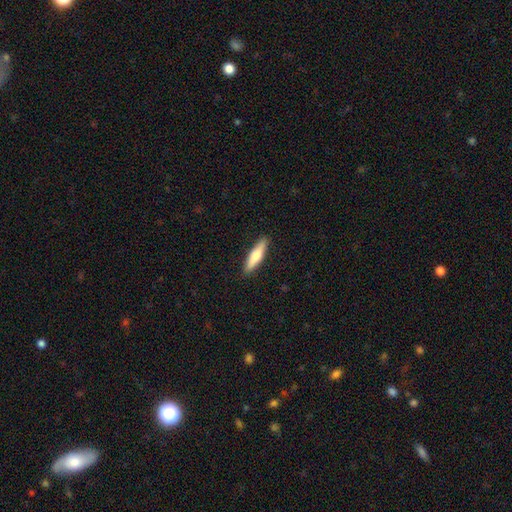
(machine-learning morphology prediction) The model was most divided on "smooth or featured": smooth: 65%, featured or disk: 30%, star or artifact: 5%. More confident: merging — none (90%); how rounded — cigar-shaped (76%).